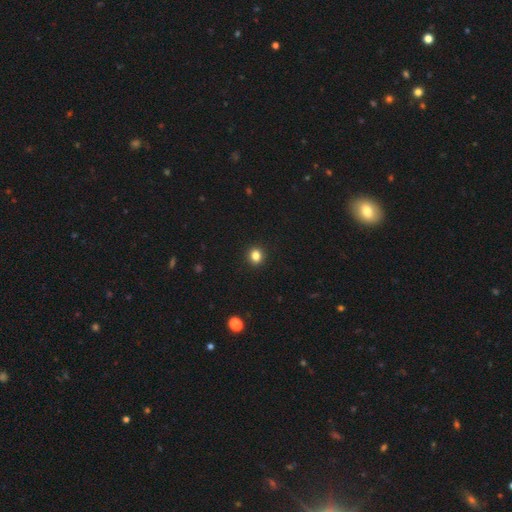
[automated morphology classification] This is clearly a smooth galaxy (83%). How rounded: likely round (78%). Merging: clearly none (93%).